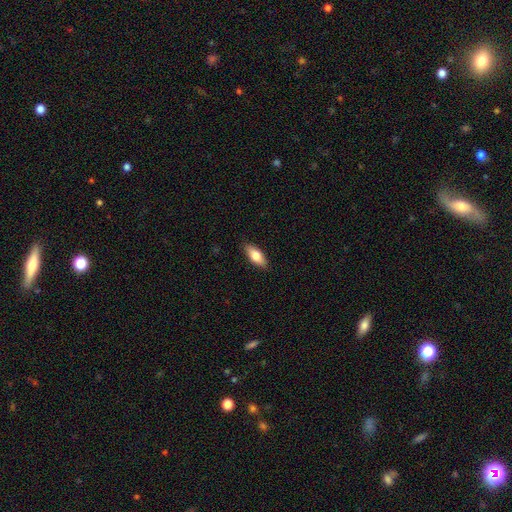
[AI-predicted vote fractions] Smooth or featured?
  - smooth: 76% *
  - featured or disk: 18%
  - star or artifact: 6%
How rounded?
  - in between: 80% *
  - cigar-shaped: 17%
  - round: 3%
Merging?
  - none: 88% *
  - minor disturbance: 9%
  - major disturbance: 2%
  - merger: 1%